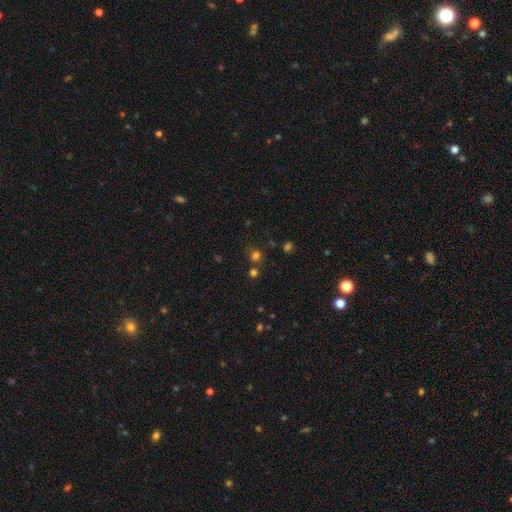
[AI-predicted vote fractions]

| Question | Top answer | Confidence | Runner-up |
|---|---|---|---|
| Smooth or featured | smooth | 68% | star or artifact (25%) |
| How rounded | round | 86% | in between (13%) |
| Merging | none | 72% | merger (15%) |